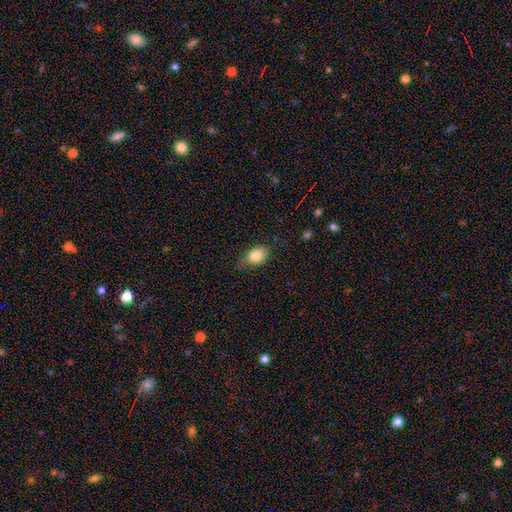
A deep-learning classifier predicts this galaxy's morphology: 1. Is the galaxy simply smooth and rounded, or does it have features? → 82% smooth, 10% featured or disk, 8% star or artifact.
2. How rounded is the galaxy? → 79% in between, 19% round, 1% cigar-shaped.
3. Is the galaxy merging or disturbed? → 65% none, 27% minor disturbance, 6% major disturbance, 1% merger.